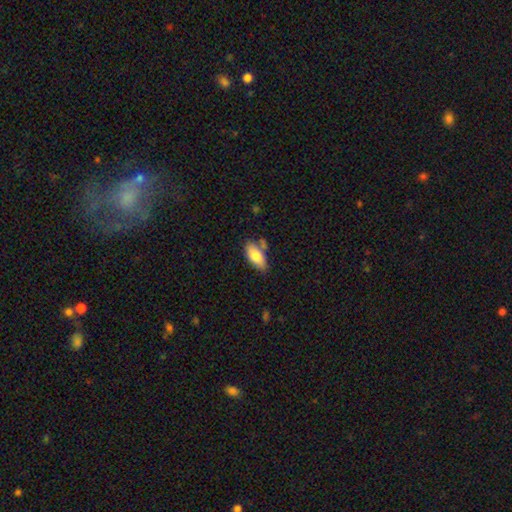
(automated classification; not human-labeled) Q: Smooth or featured?
A: smooth (80%); runner-up: featured or disk (13%)
Q: How rounded?
A: in between (89%); runner-up: cigar-shaped (8%)
Q: Merging?
A: none (63%); runner-up: minor disturbance (21%)